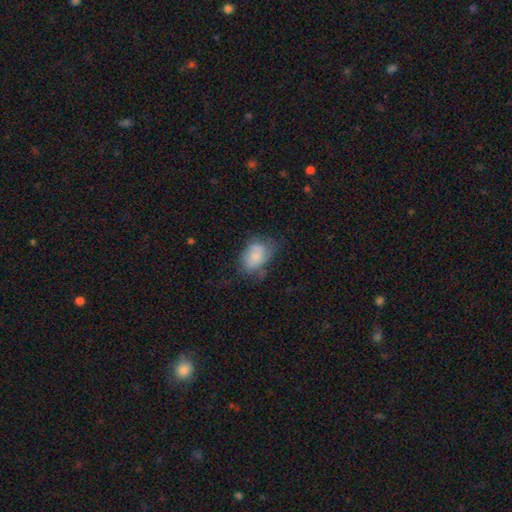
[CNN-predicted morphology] A smooth galaxy with no disk features (66%) that is in between round and cigar-shaped (84%). Merging: none (48%).